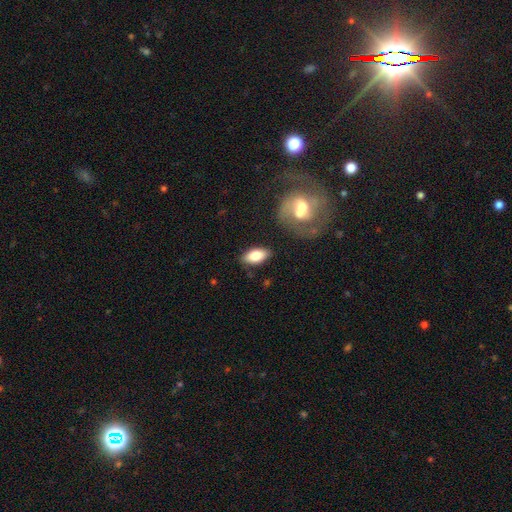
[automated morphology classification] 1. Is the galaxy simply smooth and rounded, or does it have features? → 79% smooth, 14% featured or disk, 7% star or artifact.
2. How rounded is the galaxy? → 90% in between, 6% cigar-shaped, 4% round.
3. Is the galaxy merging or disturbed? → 82% none, 11% minor disturbance, 3% merger, 3% major disturbance.